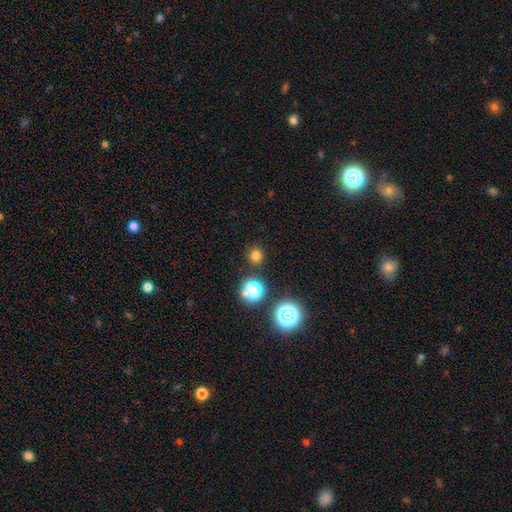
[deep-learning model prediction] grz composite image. It shows a smooth galaxy with no disk features (75%) that is round (88%). Merging: none (88%).